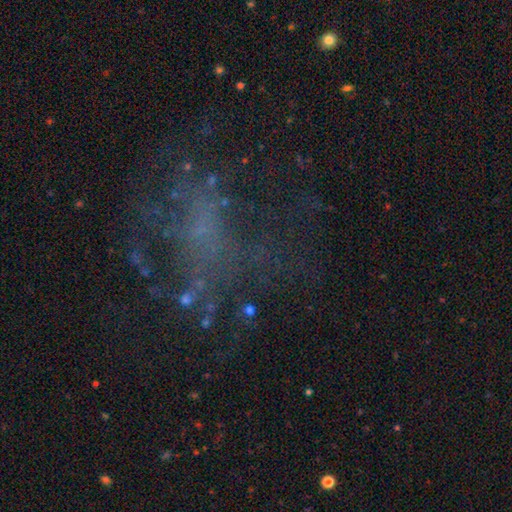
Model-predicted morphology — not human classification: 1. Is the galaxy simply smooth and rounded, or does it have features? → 42% featured or disk, 35% star or artifact, 23% smooth.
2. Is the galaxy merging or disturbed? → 50% none, 31% major disturbance, 16% minor disturbance, 4% merger.